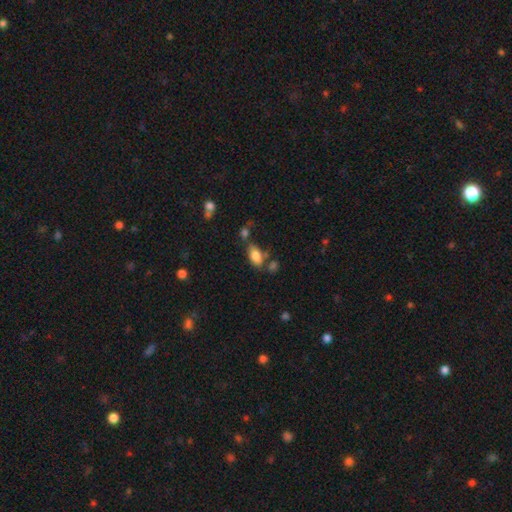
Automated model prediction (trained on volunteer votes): This appears to be a smooth galaxy with no disk features (82%) that is in between round and cigar-shaped (91%). Merging: none (58%).